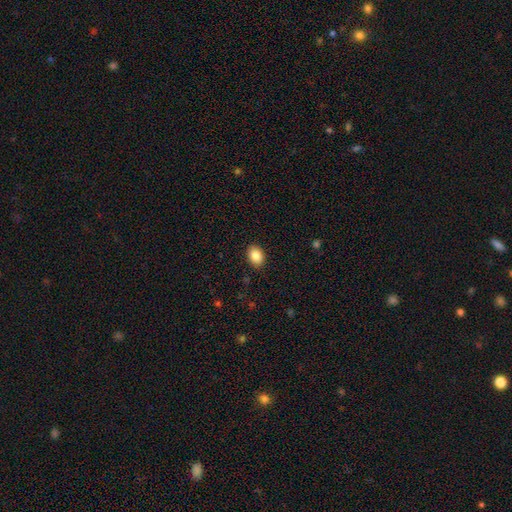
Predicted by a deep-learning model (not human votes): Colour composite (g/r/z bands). It shows a smooth galaxy with no disk features (87%) that is in between round and cigar-shaped (73%). Merging: none (89%).